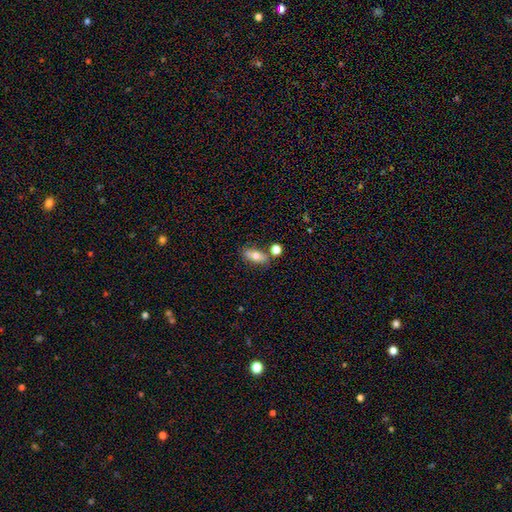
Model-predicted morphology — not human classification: This appears to be a smooth galaxy with no disk features (68%) that is in between round and cigar-shaped (78%). Merging: none (67%).